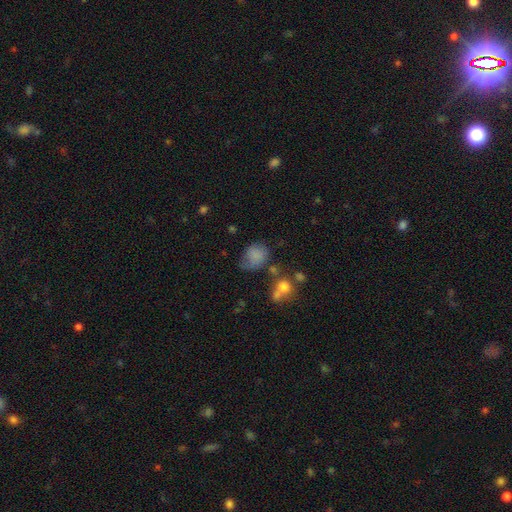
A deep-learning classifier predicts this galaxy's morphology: Smooth or featured? smooth (76%)
How rounded? in between (51%)
Merging? none (40%)